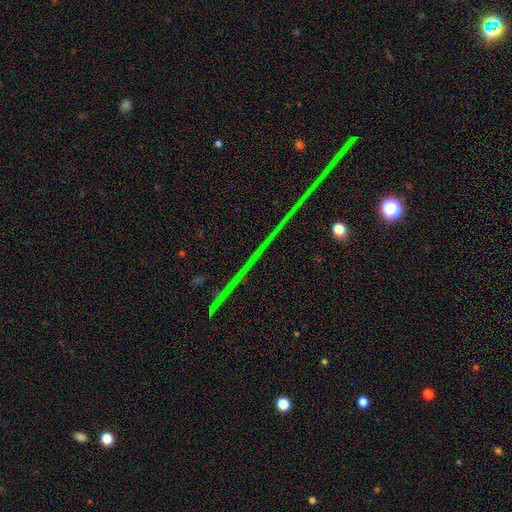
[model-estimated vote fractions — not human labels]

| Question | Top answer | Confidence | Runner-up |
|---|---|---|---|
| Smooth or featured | star or artifact | 82% | featured or disk (11%) |